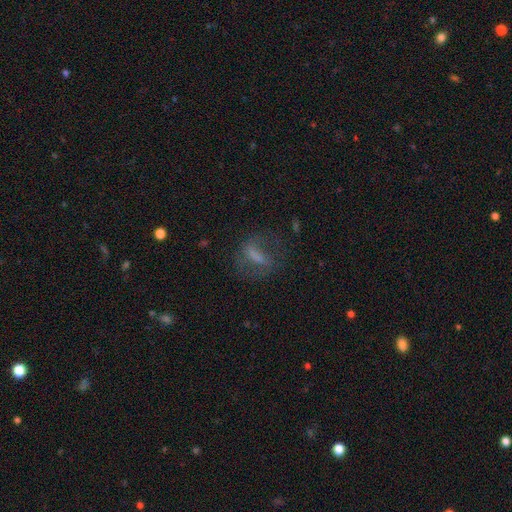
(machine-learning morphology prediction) featured or disk 43%, smooth 42%, star or artifact 14%. Down the decision tree: merging — none (60%).